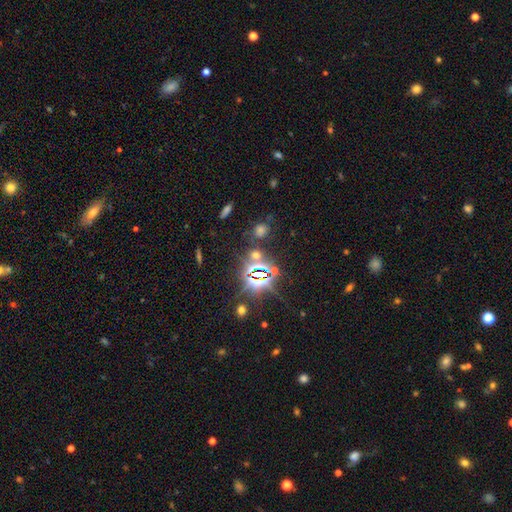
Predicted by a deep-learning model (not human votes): This is possibly a star or artifact rather than a galaxy (60%).